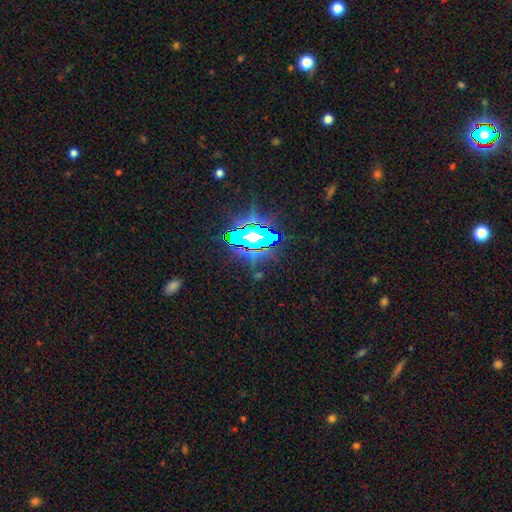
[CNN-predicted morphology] A star or artifact, not a galaxy (77%).